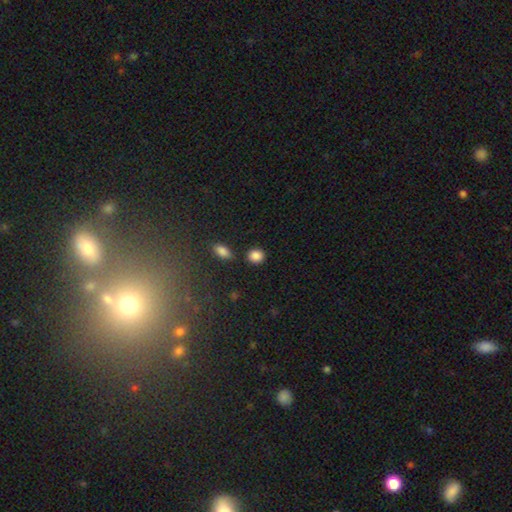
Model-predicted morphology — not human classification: Smooth or featured? smooth (87%)
How rounded? round (75%)
Merging? none (82%)